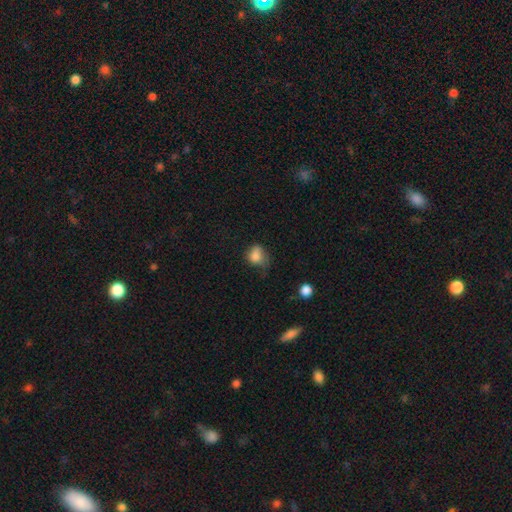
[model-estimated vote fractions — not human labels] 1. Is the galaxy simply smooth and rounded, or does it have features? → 82% smooth, 10% star or artifact, 8% featured or disk.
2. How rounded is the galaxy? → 49% in between (tied), 49% round (tied), 1% cigar-shaped.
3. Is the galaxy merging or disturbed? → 38% minor disturbance, 35% none, 24% major disturbance, 3% merger.